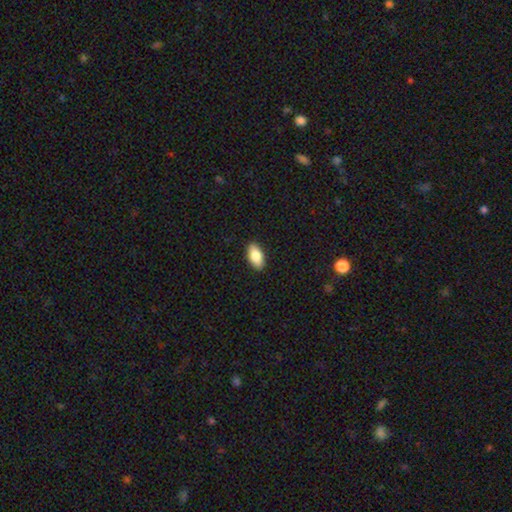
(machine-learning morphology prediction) smooth 83%, featured or disk 11%, star or artifact 7%. Down the decision tree: how rounded — in between (91%); merging — none (90%).